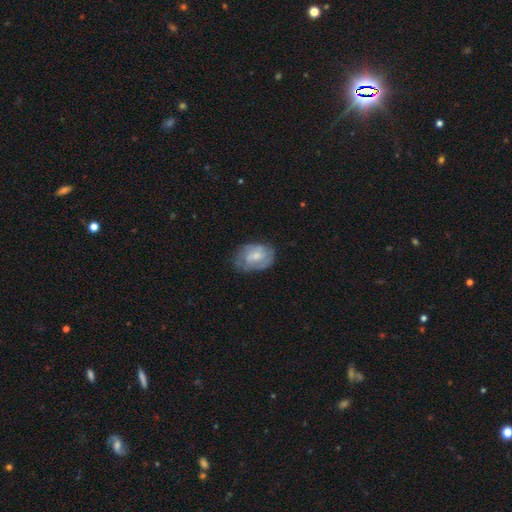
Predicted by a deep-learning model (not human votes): This is possibly a featured or disk galaxy (56%). It is clearly not viewed edge-on (97%). Bar: possibly no (46%). Spiral arm pattern: likely yes (75%). Central bulge: marginally small (44%). Merging: likely none (61%).